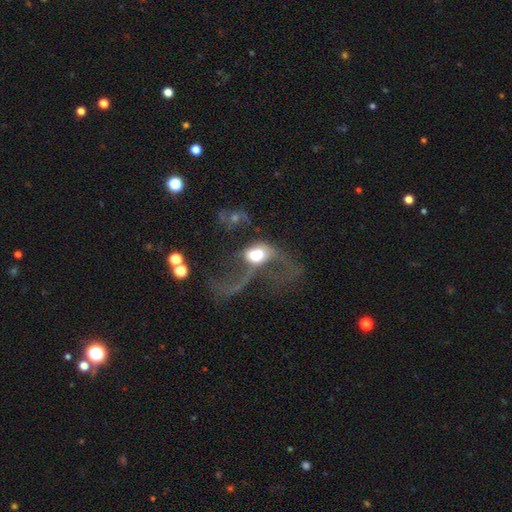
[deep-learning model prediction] Smooth or featured: featured or disk — 48% (smooth — 40%)
Merging: major disturbance — 54% (merger — 25%)